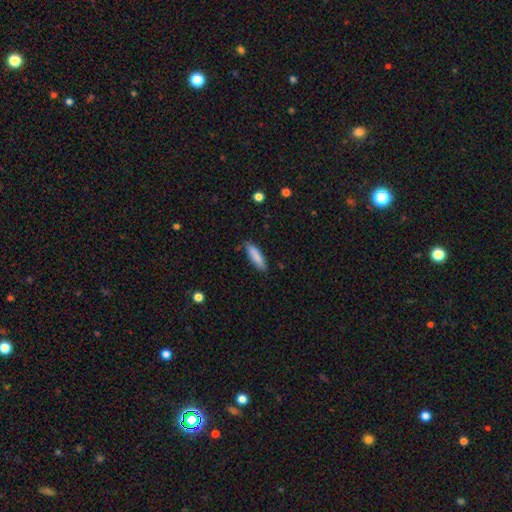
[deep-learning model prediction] Morphology: type=smooth (86%); roundness=cigar-shaped (63%); merging=none (82%).